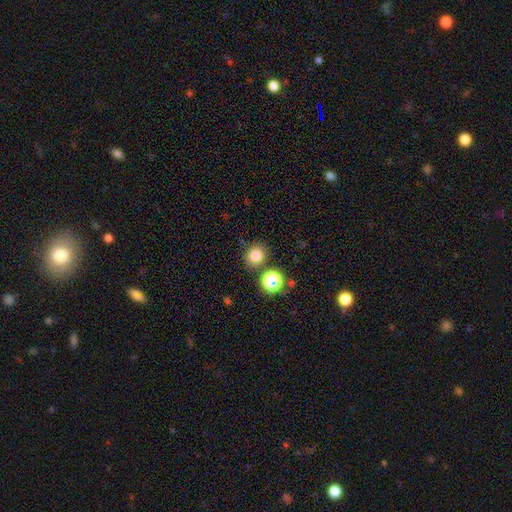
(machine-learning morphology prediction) Smooth or featured: smooth — 79% (star or artifact — 15%)
How rounded: round — 83% (in between — 16%)
Merging: none — 80% (minor disturbance — 9%)